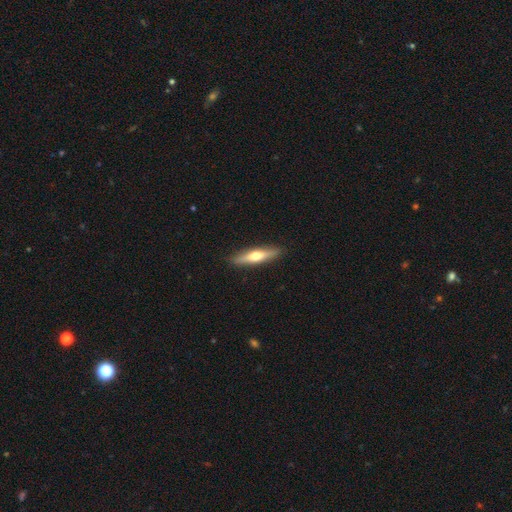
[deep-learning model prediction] smooth-or-featured: featured or disk: 50% | smooth: 44% | star or artifact: 5%
  disk-edge-on: yes: 92% | no: 8%
  merging: none: 90% | minor disturbance: 7% | major disturbance: 2% | merger: 1%